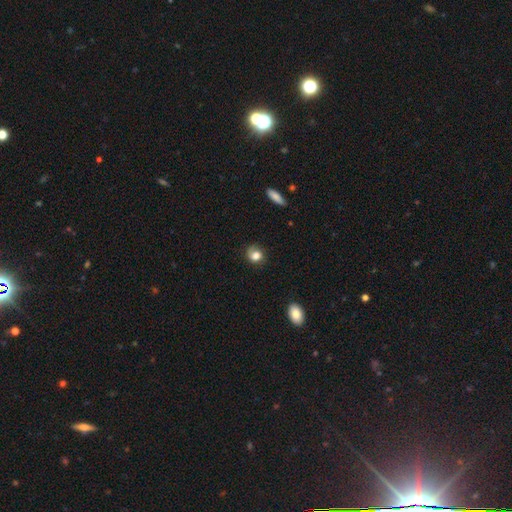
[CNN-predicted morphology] A smooth galaxy with no disk features (79%) that is round (70%). Merging: none (58%).